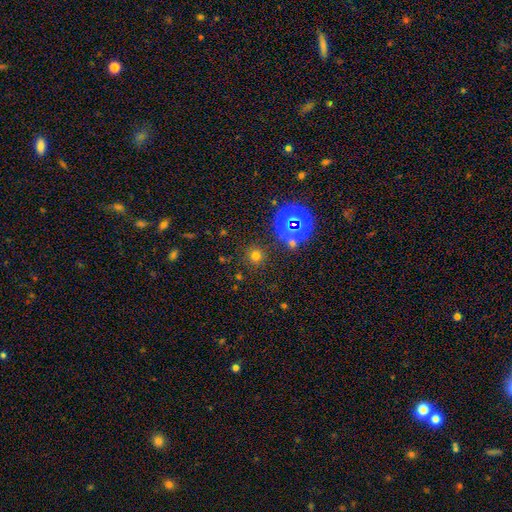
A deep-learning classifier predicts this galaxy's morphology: This is likely a smooth galaxy (62%). How rounded: clearly round (92%). Merging: clearly none (86%).